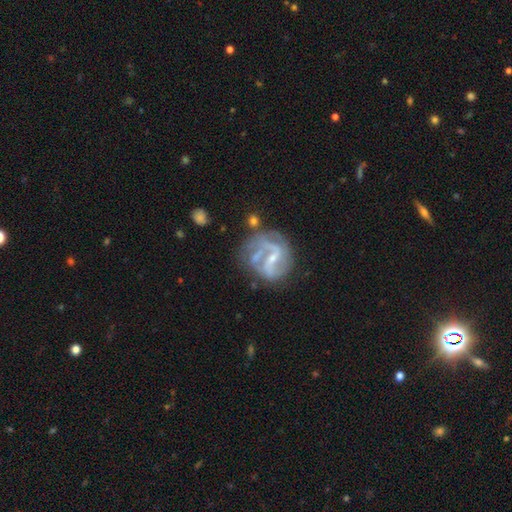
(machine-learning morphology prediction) The model was most divided on "bar": weak: 43%, strong: 41%, no: 16%. Remaining: edge-on disk — no (98%); spiral arms — yes (89%); smooth or featured — featured or disk (84%); bulge size — small (64%); spiral arm count — 2 (57%); merging — none (53%); spiral winding — medium (47%).